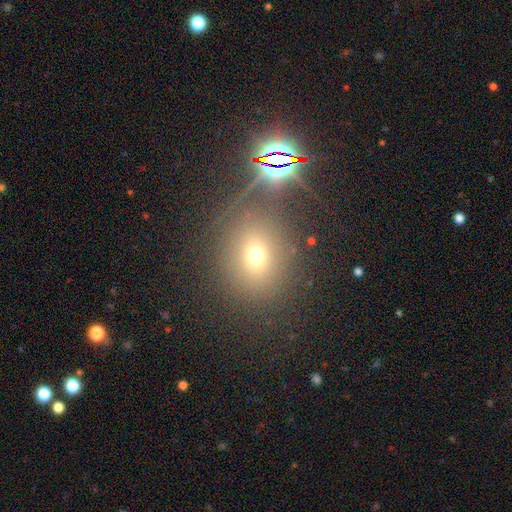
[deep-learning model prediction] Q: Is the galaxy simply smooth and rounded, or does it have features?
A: smooth — 57%.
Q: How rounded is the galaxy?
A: round — 60%.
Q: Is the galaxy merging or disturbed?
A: none — 80%.